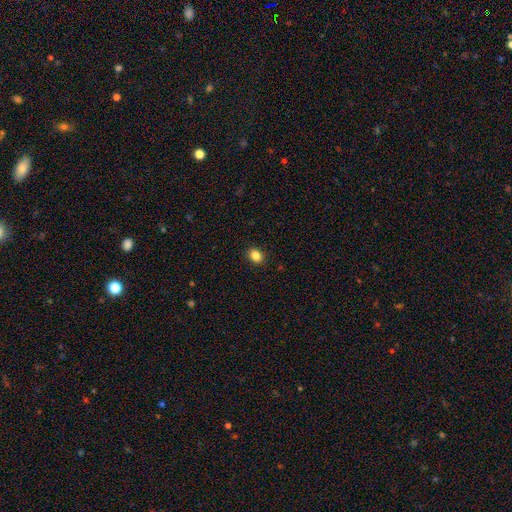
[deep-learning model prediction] Smooth or featured? Predicted: smooth (p=0.85). How rounded? Predicted: in between (p=0.54). Merging? Predicted: none (p=0.91).